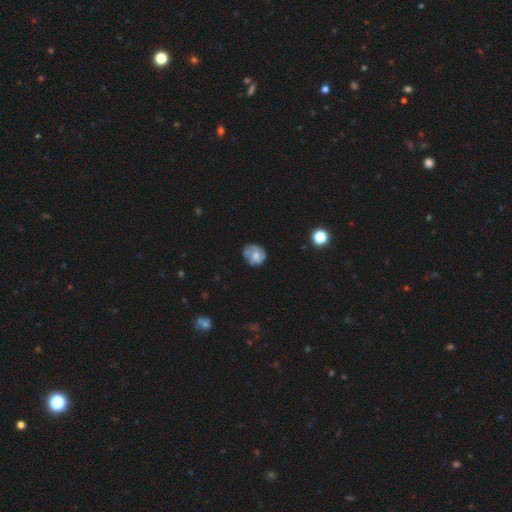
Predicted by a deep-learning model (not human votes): A smooth galaxy with no disk features (47%). Merging: none (52%).